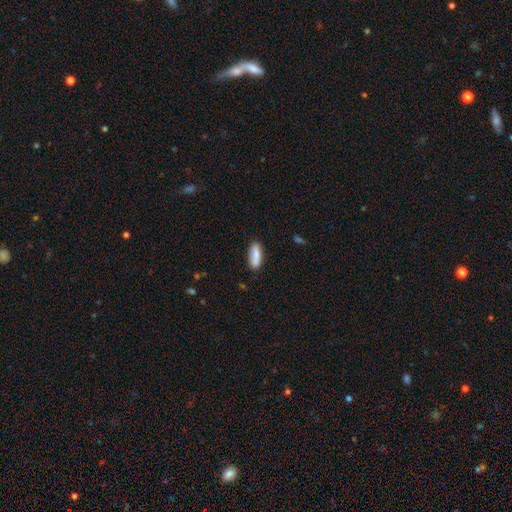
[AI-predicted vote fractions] This appears to be a smooth galaxy with no disk features (75%) that is in between round and cigar-shaped (62%). Merging: none (77%).